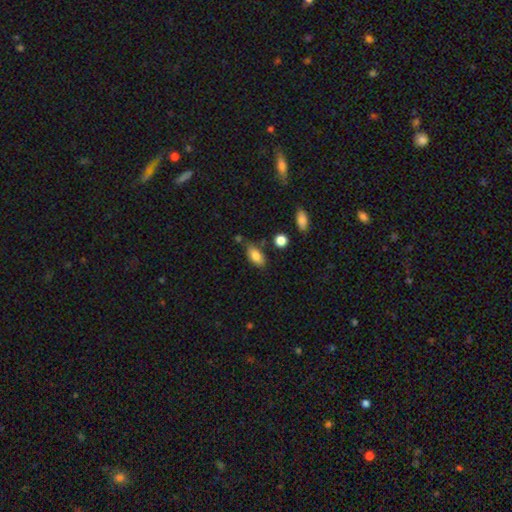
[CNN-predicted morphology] smooth-or-featured: smooth: 82% | featured or disk: 10% | star or artifact: 7%
  how-rounded: in between: 90% | cigar-shaped: 6% | round: 4%
  merging: none: 70% | minor disturbance: 19% | merger: 7% | major disturbance: 4%